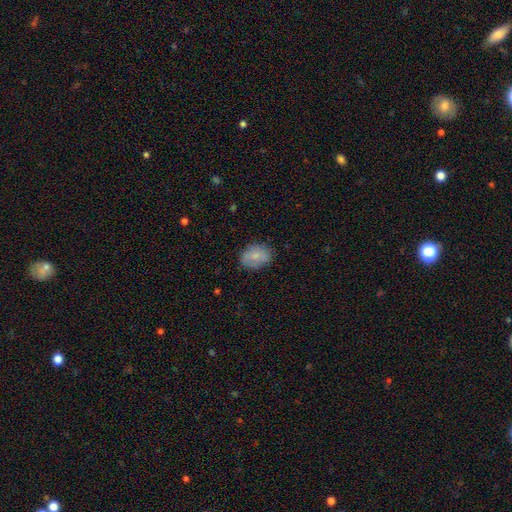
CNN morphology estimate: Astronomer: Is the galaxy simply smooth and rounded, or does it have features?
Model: smooth — 75%.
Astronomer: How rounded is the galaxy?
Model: in between — 64%.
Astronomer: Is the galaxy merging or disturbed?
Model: none — 77%.